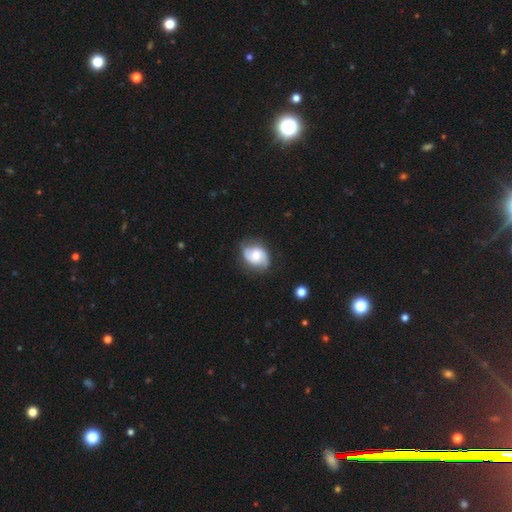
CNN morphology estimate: featured or disk 68%, smooth 25%, star or artifact 7%. Down the decision tree: edge-on disk — no (98%); bar — no (53%); spiral arms — yes (93%); spiral arm count — 2 (88%); spiral winding — medium (46%); bulge size — moderate (48%); merging — none (75%).